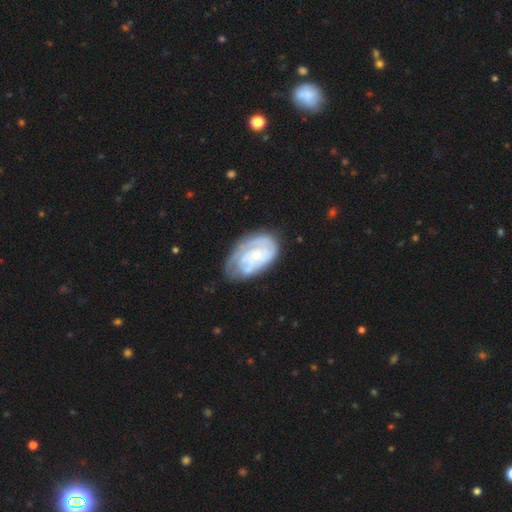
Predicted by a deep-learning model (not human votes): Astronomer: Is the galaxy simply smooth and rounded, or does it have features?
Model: featured or disk — 72%.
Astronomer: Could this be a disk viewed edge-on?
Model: no — 97%.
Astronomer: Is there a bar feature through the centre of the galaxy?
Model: no — 75%.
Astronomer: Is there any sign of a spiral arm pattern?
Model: yes — 84%.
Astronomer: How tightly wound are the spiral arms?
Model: tight — 67%.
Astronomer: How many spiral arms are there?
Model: can't tell — 43% (runner-up: 2, 27%).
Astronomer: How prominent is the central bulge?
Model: small — 66%.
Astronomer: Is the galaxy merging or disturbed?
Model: none — 54%.